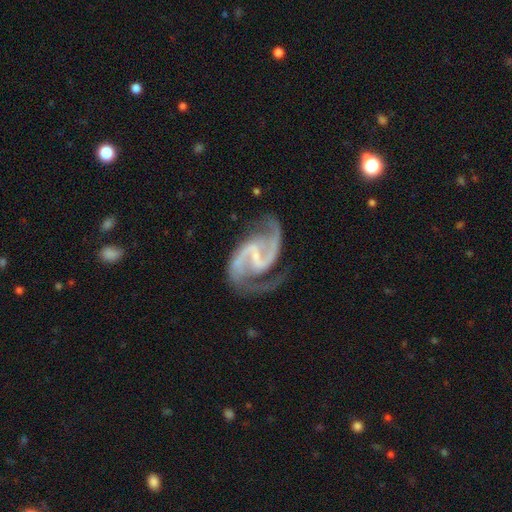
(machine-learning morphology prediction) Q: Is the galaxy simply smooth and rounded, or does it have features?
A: featured or disk — 94%.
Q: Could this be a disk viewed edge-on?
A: no — 98%.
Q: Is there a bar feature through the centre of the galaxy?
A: weak — 43%.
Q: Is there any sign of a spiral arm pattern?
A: yes — 98%.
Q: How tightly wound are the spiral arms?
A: medium — 60%.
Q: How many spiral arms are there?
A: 2 — 94%.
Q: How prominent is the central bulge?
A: small — 64%.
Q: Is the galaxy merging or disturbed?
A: none — 72%.